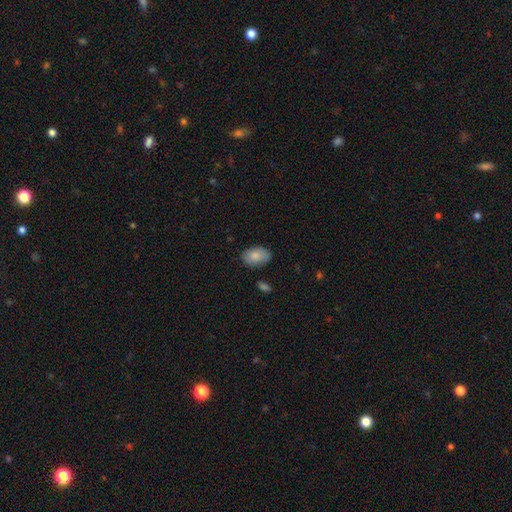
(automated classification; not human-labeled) This is clearly a smooth galaxy (84%). How rounded: clearly in between (91%). Merging: likely none (80%).